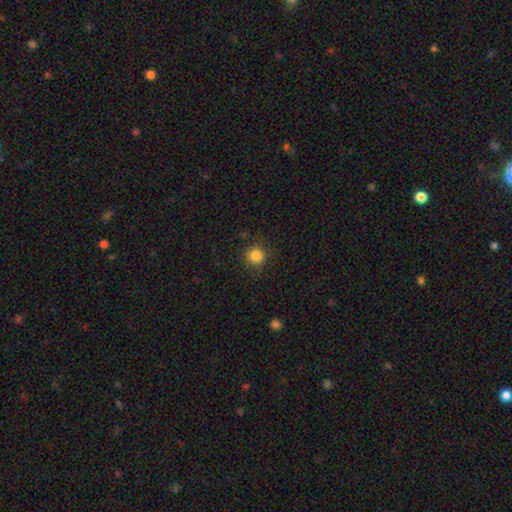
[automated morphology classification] Smooth or featured: smooth — 84% (star or artifact — 12%)
How rounded: round — 94% (in between — 5%)
Merging: none — 89% (minor disturbance — 7%)